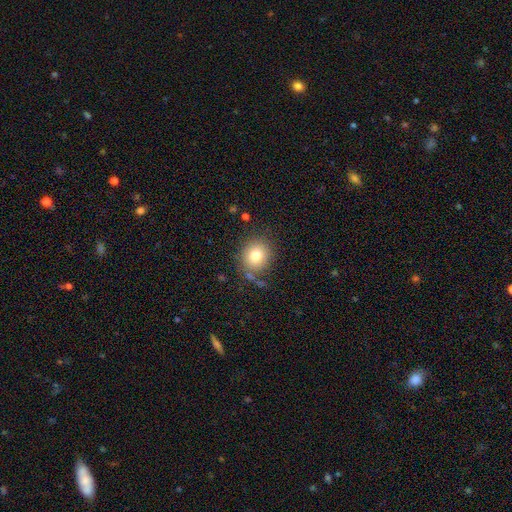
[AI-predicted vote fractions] This is likely a smooth galaxy (78%). How rounded: likely round (77%). Merging: likely none (76%).